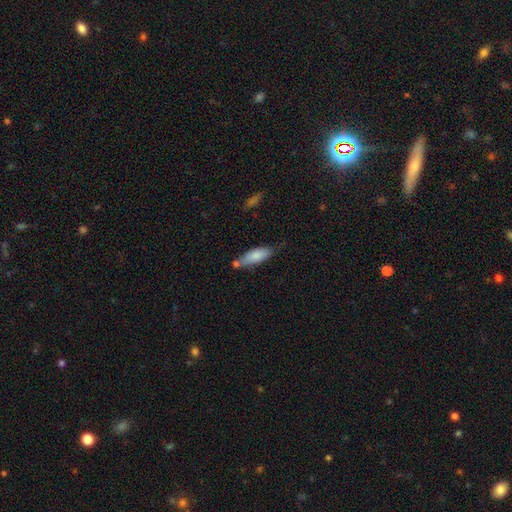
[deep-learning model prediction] Smooth or featured: smooth — 79% (featured or disk — 15%)
How rounded: in between — 58% (cigar-shaped — 40%)
Merging: none — 52% (minor disturbance — 27%)